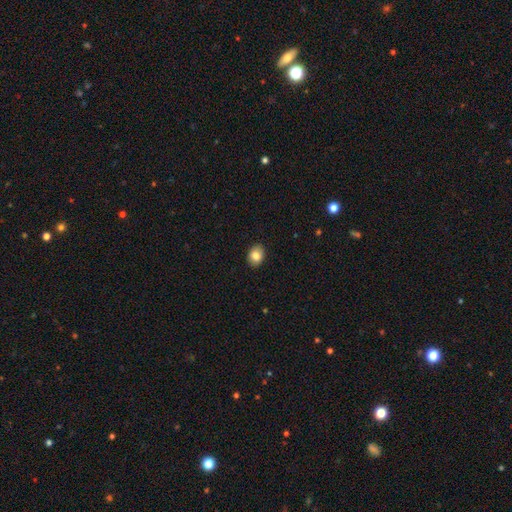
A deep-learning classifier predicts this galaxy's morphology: smooth 85%, star or artifact 8%, featured or disk 7%. Down the decision tree: how rounded — in between (64%); merging — none (90%).